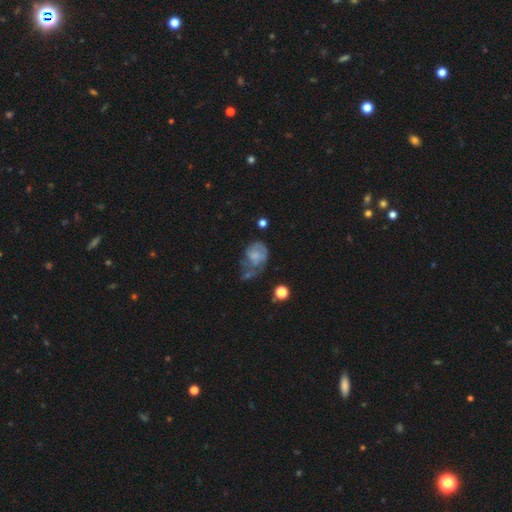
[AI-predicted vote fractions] Smooth or featured? smooth (49%)
Merging? major disturbance (36%)